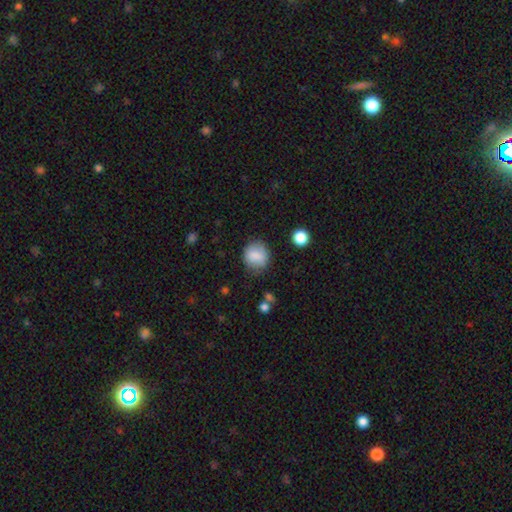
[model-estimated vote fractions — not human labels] A smooth galaxy with no disk features (83%) that is round (79%). Merging: none (77%).